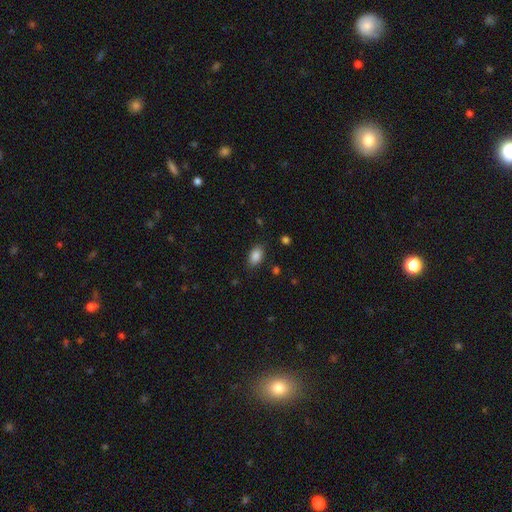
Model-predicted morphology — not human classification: type=smooth (87%); roundness=in between (90%); merging=none (84%).